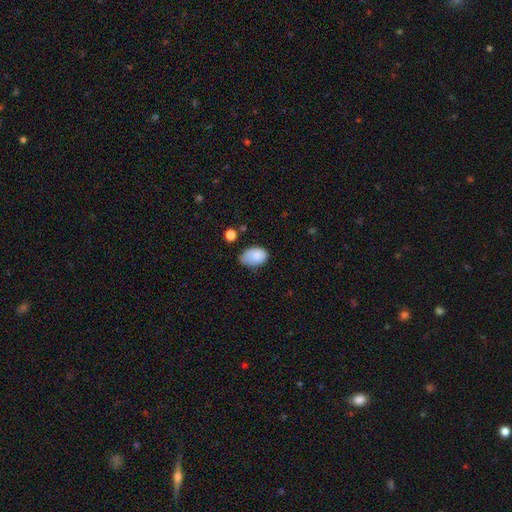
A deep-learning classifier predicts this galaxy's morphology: The model was most divided on "merging": none: 49%, minor disturbance: 38%, major disturbance: 9%, merger: 4%. More confident: how rounded — in between (87%); smooth or featured — smooth (85%).